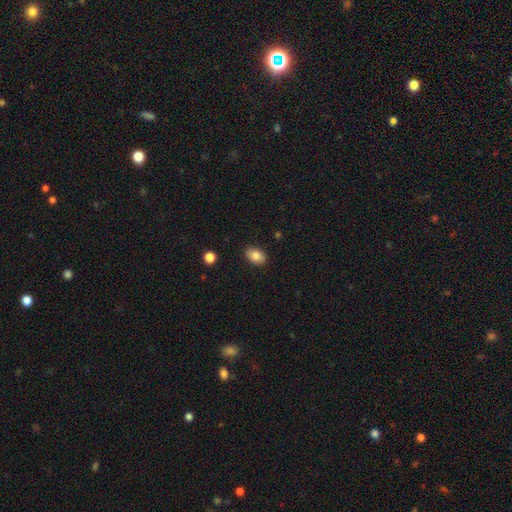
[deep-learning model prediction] smooth 82%, featured or disk 10%, star or artifact 8%. Down the decision tree: how rounded — in between (84%); merging — none (88%).